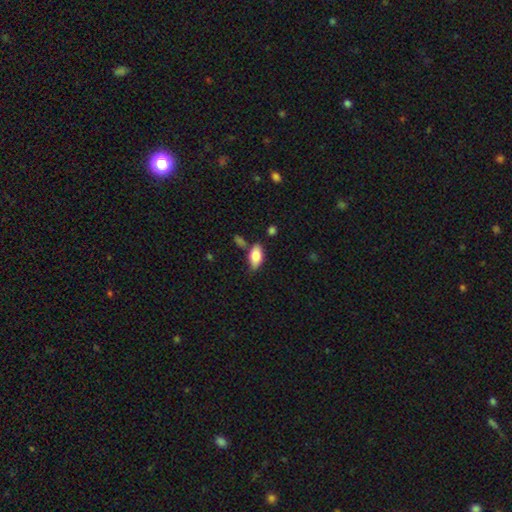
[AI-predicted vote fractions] smooth 77%, featured or disk 16%, star or artifact 7%. Down the decision tree: how rounded — in between (90%); merging — none (67%).